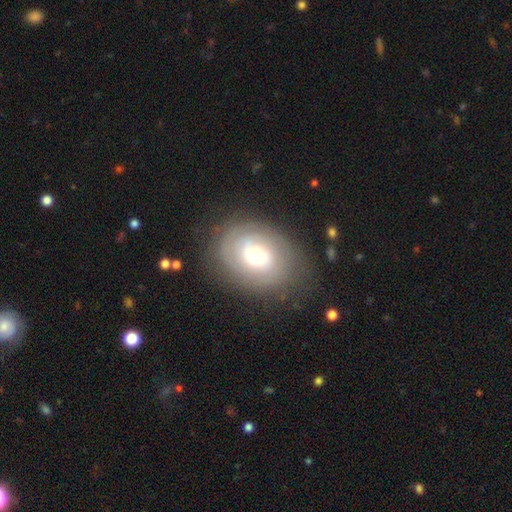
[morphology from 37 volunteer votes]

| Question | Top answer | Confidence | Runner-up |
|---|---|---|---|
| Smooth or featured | featured or disk | 70% | smooth (24%) |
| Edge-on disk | no | 92% | yes (8%) |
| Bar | no | 71% | weak (17%) |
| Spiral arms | yes | 83% | no (17%) |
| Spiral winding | tight | 70% | medium (25%) |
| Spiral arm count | can't tell | 40% | 2 (30%) |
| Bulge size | moderate | 58% | small (21%) |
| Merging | none | 71% | minor disturbance (11%) |